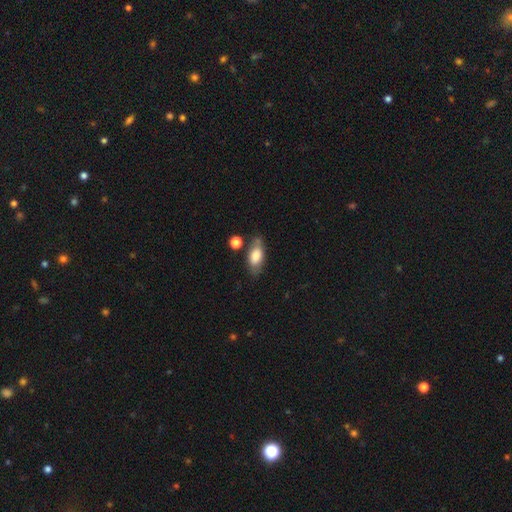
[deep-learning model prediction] smooth-or-featured: smooth: 74% | featured or disk: 19% | star or artifact: 7%
  how-rounded: in between: 84% | cigar-shaped: 12% | round: 5%
  merging: none: 64% | minor disturbance: 20% | merger: 9% | major disturbance: 6%